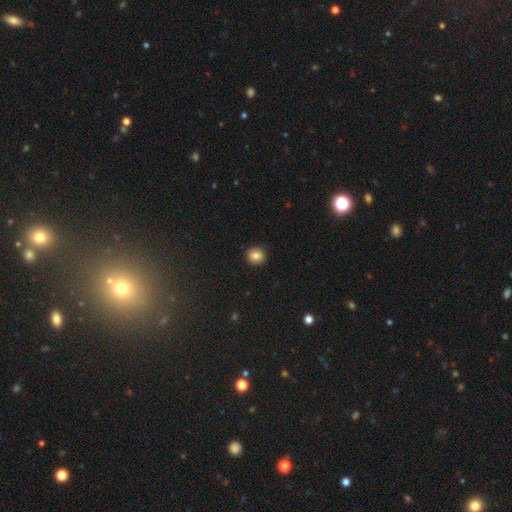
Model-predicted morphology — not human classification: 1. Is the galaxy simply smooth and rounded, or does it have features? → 85% smooth, 10% star or artifact, 6% featured or disk.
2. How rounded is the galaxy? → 89% round, 10% in between, 1% cigar-shaped.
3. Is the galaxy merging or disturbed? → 92% none, 6% minor disturbance, 2% major disturbance, 1% merger.